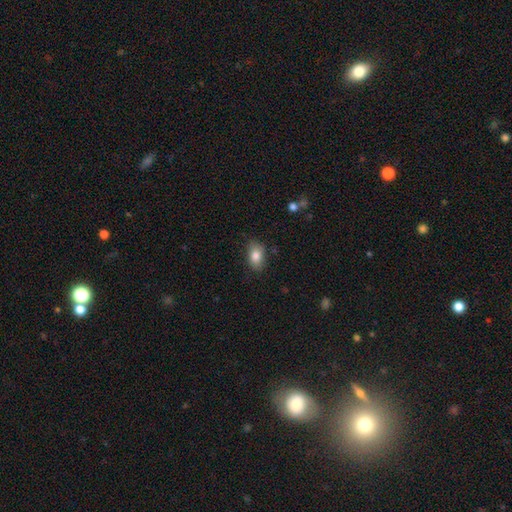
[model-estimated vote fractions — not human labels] A smooth galaxy with no disk features (82%) that is in between round and cigar-shaped (87%). Merging: none (81%).